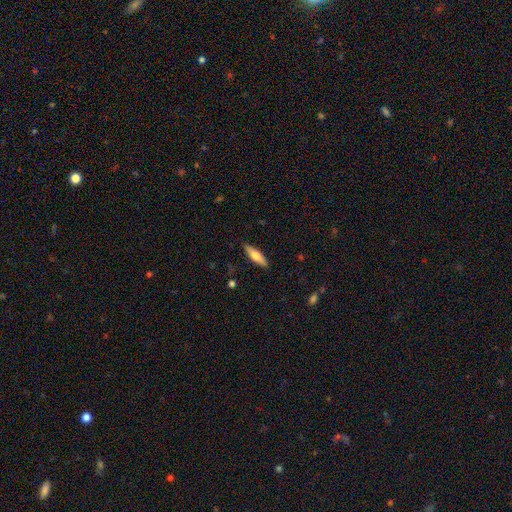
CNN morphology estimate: A smooth galaxy with no disk features (72%) that is cigar-shaped (62%). Merging: none (88%).